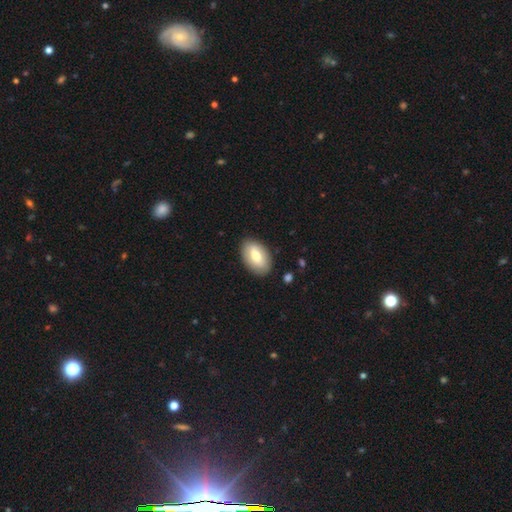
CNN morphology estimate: Smooth or featured? smooth (66%)
How rounded? in between (92%)
Merging? none (86%)